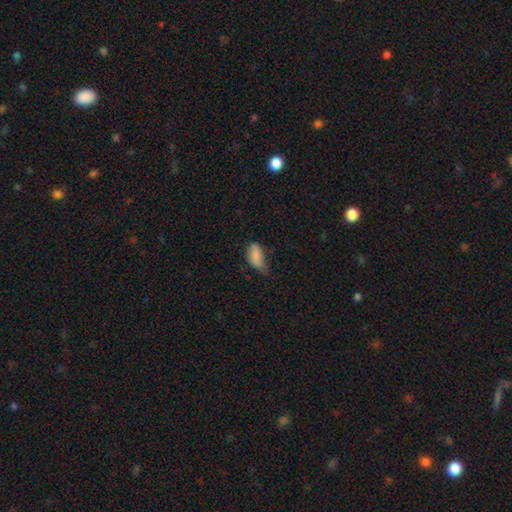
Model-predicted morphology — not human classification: A smooth galaxy with no disk features (84%) that is in between round and cigar-shaped (92%).

Vote fractions:
- Smooth or featured? smooth: 84% / star or artifact: 8% / featured or disk: 8%
- How rounded? in between: 92% / cigar-shaped: 4% / round: 4%
- Merging? minor disturbance: 48% / none: 30% / major disturbance: 19% / merger: 3%